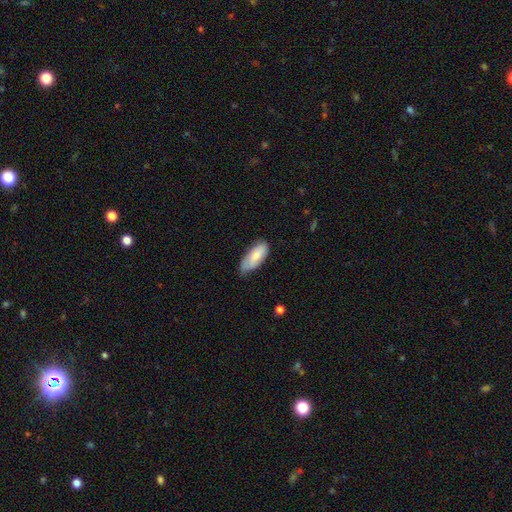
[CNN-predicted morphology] Smooth or featured?
  - smooth: 74% *
  - featured or disk: 20%
  - star or artifact: 6%
How rounded?
  - in between: 85% *
  - cigar-shaped: 13%
  - round: 2%
Merging?
  - none: 59% *
  - minor disturbance: 34%
  - major disturbance: 5%
  - merger: 1%